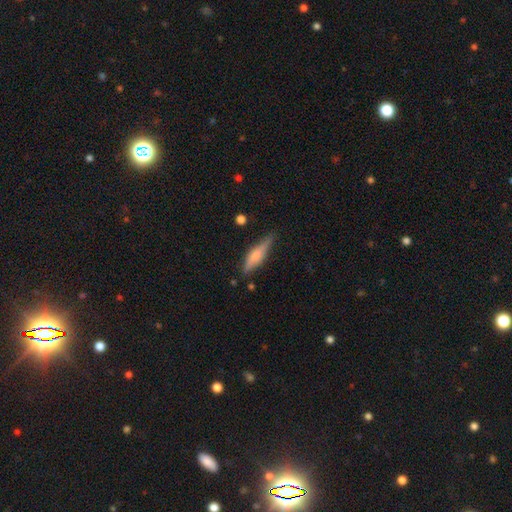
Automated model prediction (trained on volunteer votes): smooth 52%, featured or disk 42%, star or artifact 6%. Down the decision tree: how rounded — cigar-shaped (70%); merging — none (77%).